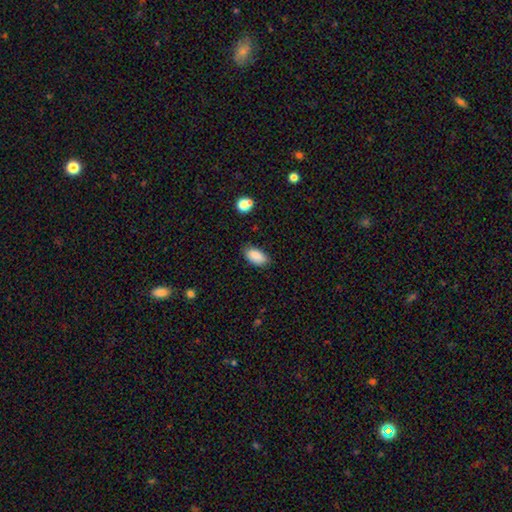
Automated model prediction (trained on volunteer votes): smooth-or-featured: smooth: 86% | star or artifact: 8% | featured or disk: 6%
  how-rounded: in between: 93% | round: 4% | cigar-shaped: 3%
  merging: none: 78% | minor disturbance: 17% | major disturbance: 3% | merger: 2%